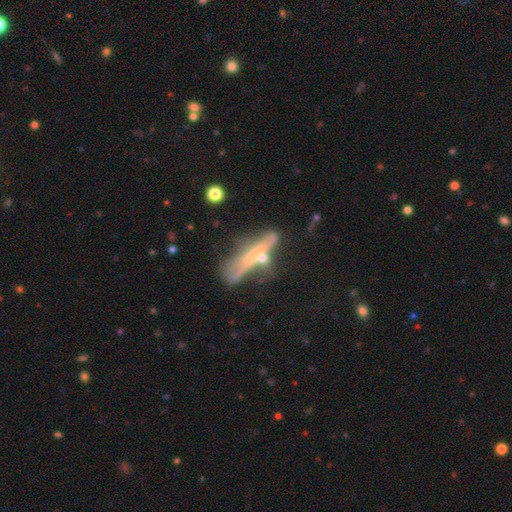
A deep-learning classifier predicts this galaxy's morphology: featured or disk 57%, smooth 31%, star or artifact 12%. Down the decision tree: edge-on disk — yes (71%); merging — none (41%).